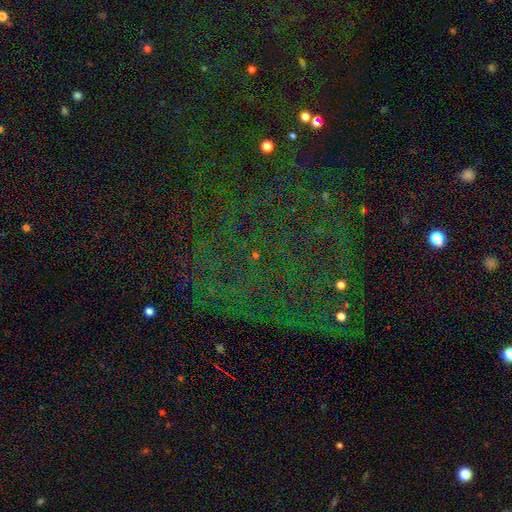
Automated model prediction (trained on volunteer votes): This is likely a star or artifact rather than a galaxy (76%).